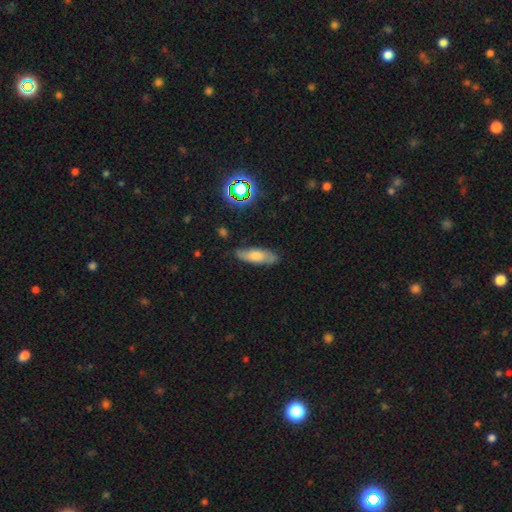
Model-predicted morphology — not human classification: smooth_or_featured: smooth (p=0.56) [alt: featured or disk p=0.33]
how_rounded: in between (p=0.52) [alt: cigar-shaped p=0.44]
merging: none (p=0.75) [alt: minor disturbance p=0.19]